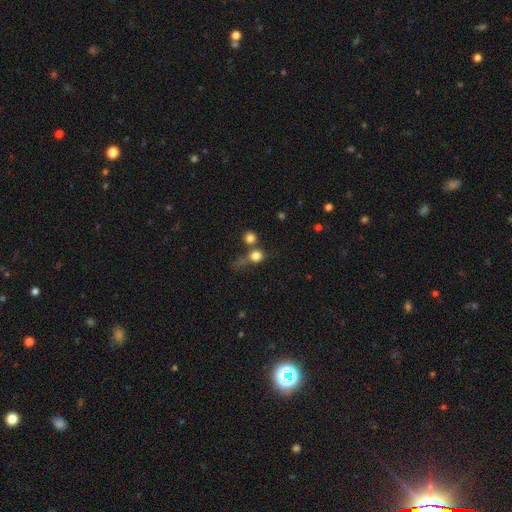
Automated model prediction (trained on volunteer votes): Smooth or featured: smooth — 78% (star or artifact — 13%)
How rounded: round — 85% (in between — 13%)
Merging: none — 47% (merger — 31%)